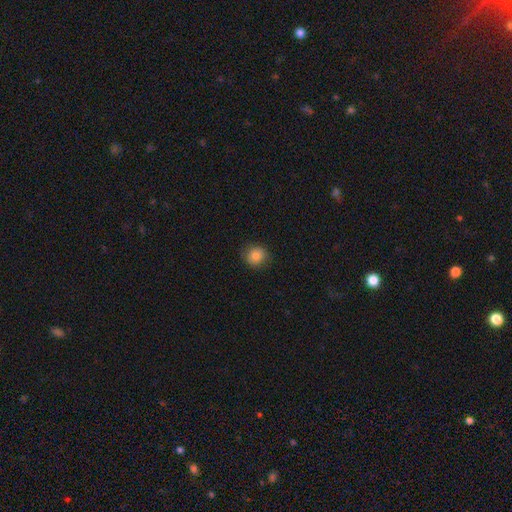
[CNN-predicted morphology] Smooth or featured: smooth — 82% (star or artifact — 10%)
How rounded: round — 86% (in between — 13%)
Merging: none — 82% (minor disturbance — 13%)